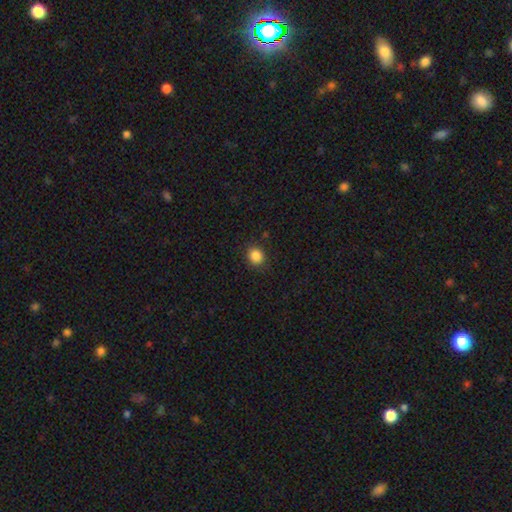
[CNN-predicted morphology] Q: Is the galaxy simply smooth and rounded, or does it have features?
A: smooth — 86%.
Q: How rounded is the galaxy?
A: round — 75%.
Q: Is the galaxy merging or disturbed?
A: none — 88%.